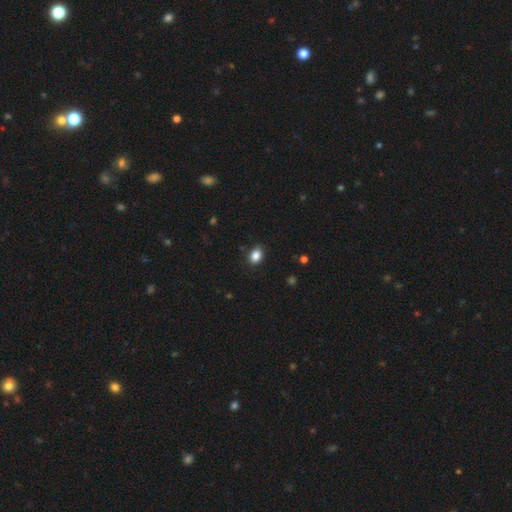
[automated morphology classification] type=smooth (86%); roundness=in between (71%); merging=none (86%).